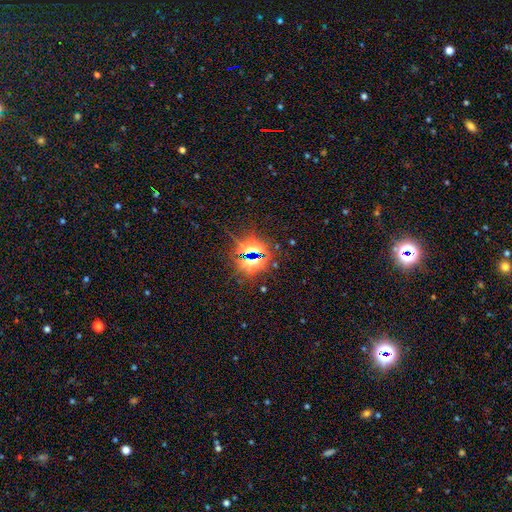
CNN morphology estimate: Smooth or featured? Predicted: star or artifact (p=0.75).